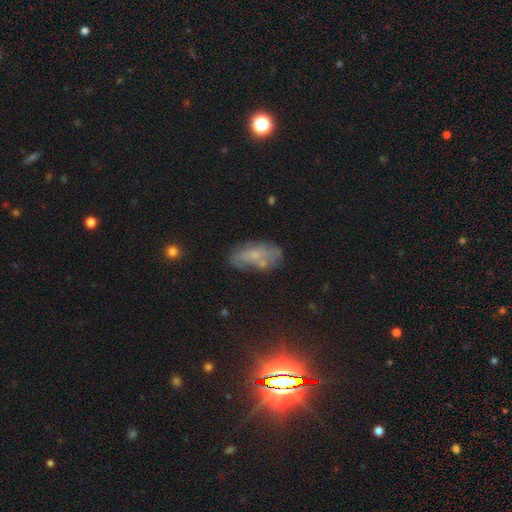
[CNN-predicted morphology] Smooth or featured? featured or disk (45%)
Merging? none (57%)